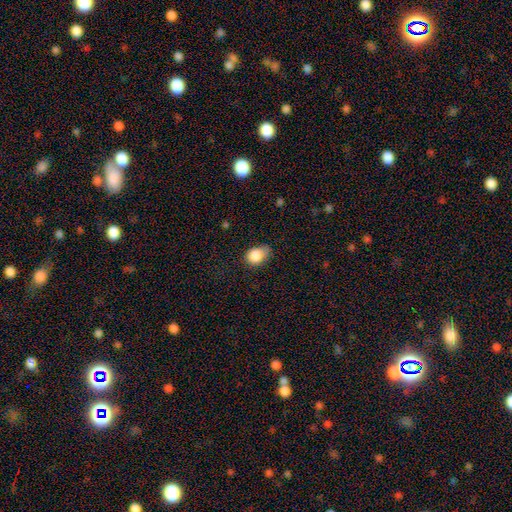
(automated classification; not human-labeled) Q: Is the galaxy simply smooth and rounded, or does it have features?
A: smooth — 85%.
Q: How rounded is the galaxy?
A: in between — 62%.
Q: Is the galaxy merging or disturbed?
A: minor disturbance — 44%.